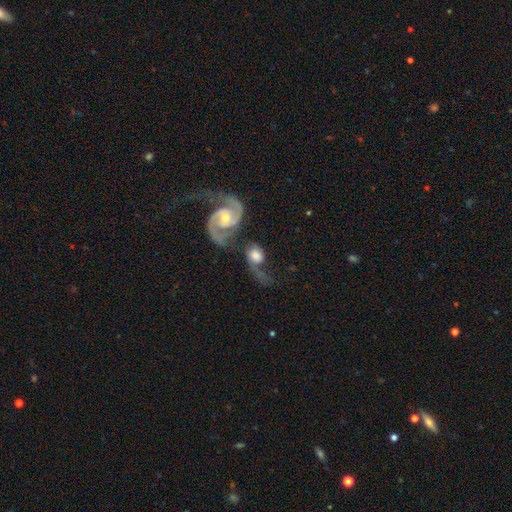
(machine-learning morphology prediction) Smooth or featured: featured or disk — 58% (smooth — 35%)
Edge-on disk: no — 95% (yes — 5%)
Bar: no — 59% (weak — 32%)
Spiral arms: yes — 87% (no — 13%)
Bulge size: moderate — 47% (small — 25%)
Merging: merger — 41% (none — 25%)